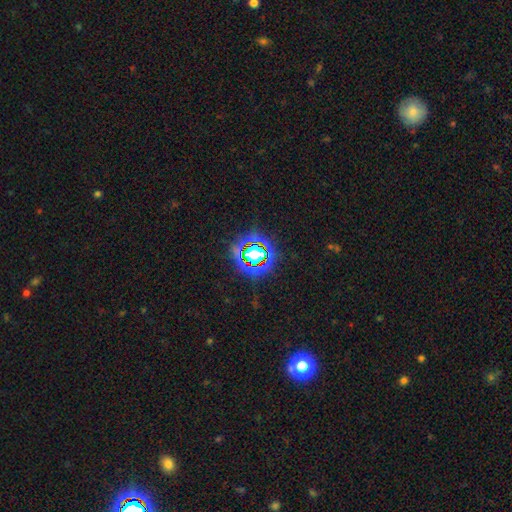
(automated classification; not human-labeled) A star or artifact, not a galaxy (78%).

Vote fractions:
- Smooth or featured? star or artifact: 78% / smooth: 14% / featured or disk: 9%